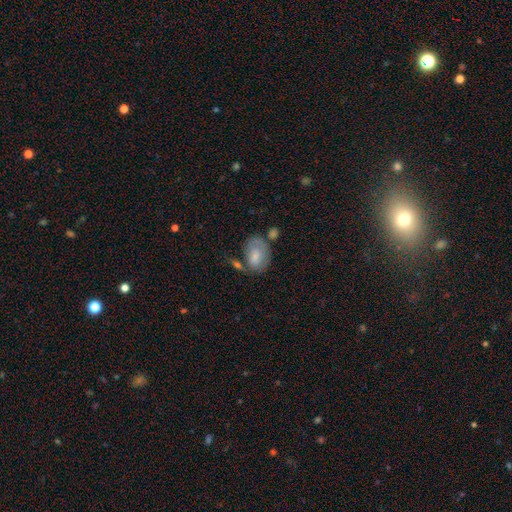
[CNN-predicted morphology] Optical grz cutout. It shows a smooth galaxy with no disk features (70%) that is in between round and cigar-shaped (79%). Merging: none (45%).